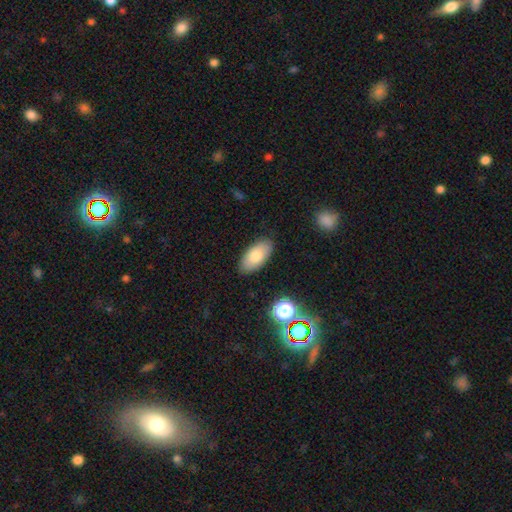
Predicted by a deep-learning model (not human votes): Q: Smooth or featured?
A: smooth (78%); runner-up: featured or disk (14%)
Q: How rounded?
A: in between (93%); runner-up: cigar-shaped (4%)
Q: Merging?
A: none (86%); runner-up: minor disturbance (10%)